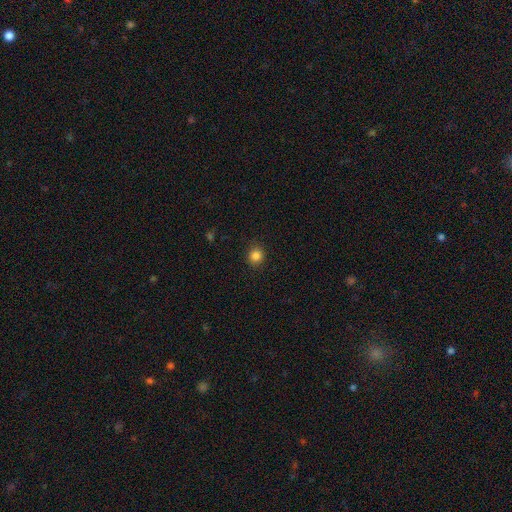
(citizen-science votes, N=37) This is clearly a smooth galaxy (89%). How rounded: clearly round (97%). Merging: clearly none (80%).